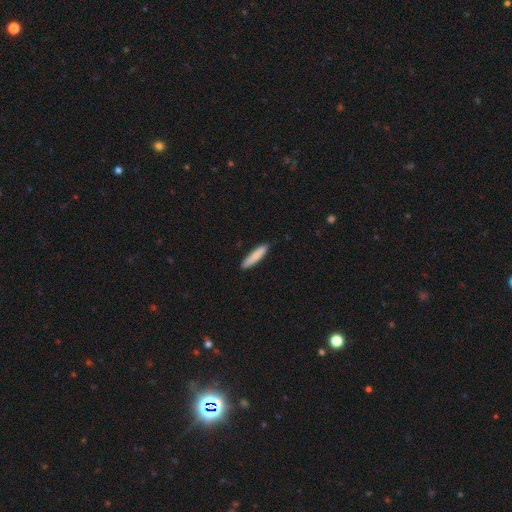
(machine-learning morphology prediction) Smooth or featured? Predicted: smooth (p=0.83). How rounded? Predicted: cigar-shaped (p=0.86). Merging? Predicted: none (p=0.87).